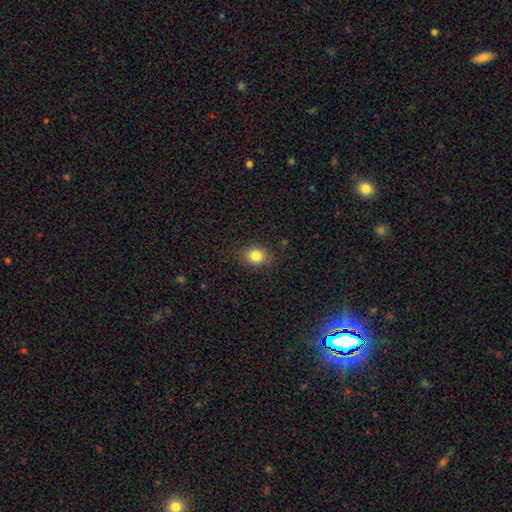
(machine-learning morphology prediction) This appears to be a smooth galaxy with no disk features (83%) that is in between round and cigar-shaped (50%). Merging: none (84%).